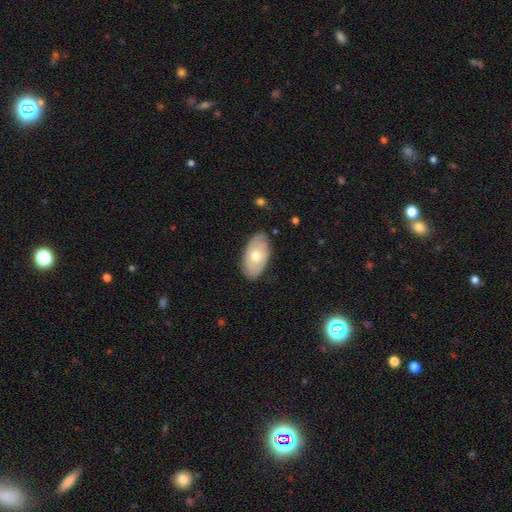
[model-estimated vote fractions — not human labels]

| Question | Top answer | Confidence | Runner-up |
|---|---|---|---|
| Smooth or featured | smooth | 54% | featured or disk (40%) |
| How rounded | in between | 93% | round (5%) |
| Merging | none | 80% | minor disturbance (16%) |